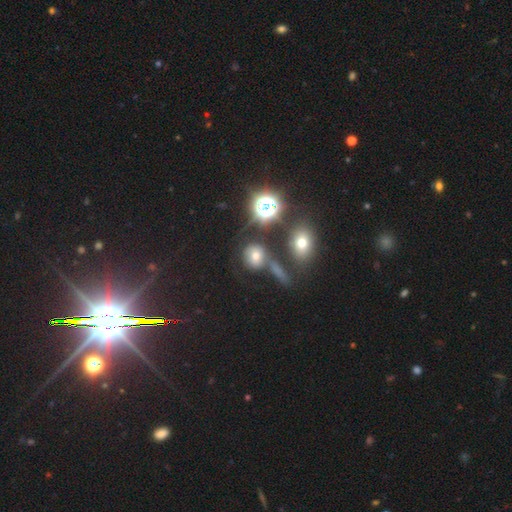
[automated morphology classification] Q: Smooth or featured?
A: smooth (58%); runner-up: star or artifact (29%)
Q: How rounded?
A: round (79%); runner-up: in between (19%)
Q: Merging?
A: none (66%); runner-up: merger (14%)